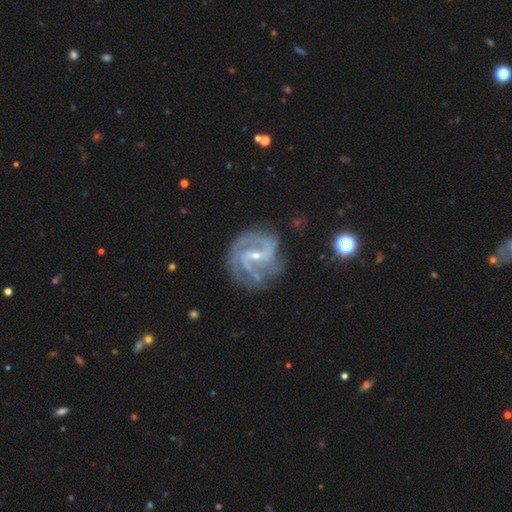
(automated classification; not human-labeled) Smooth or featured? Predicted: featured or disk (p=0.90). Edge-on disk? Predicted: no (p=0.98). Bar? Predicted: weak (p=0.45). Spiral arms? Predicted: yes (p=0.97). Spiral winding? Predicted: medium (p=0.51). Spiral arm count? Predicted: 2 (p=0.45). Bulge size? Predicted: small (p=0.71). Merging? Predicted: none (p=0.68).